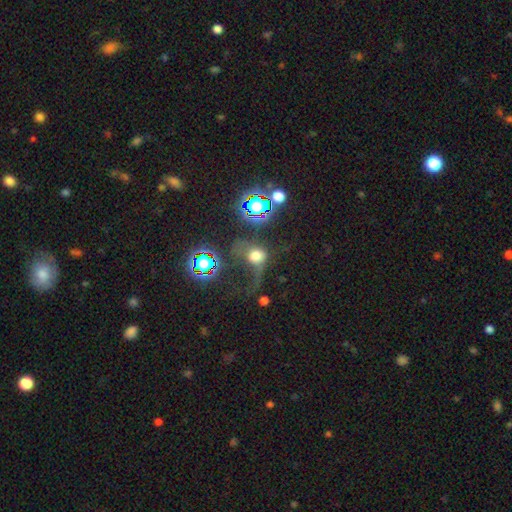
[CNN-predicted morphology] type=smooth (45%); merging=major disturbance (49%).